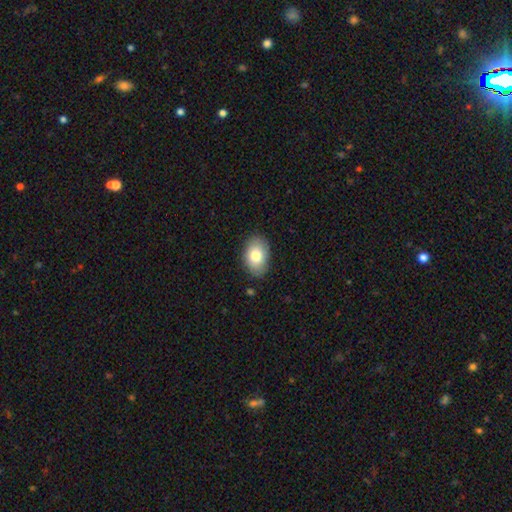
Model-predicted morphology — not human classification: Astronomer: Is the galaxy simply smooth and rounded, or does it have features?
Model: smooth — 80%.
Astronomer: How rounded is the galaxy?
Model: in between — 88%.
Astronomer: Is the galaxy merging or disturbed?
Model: none — 84%.